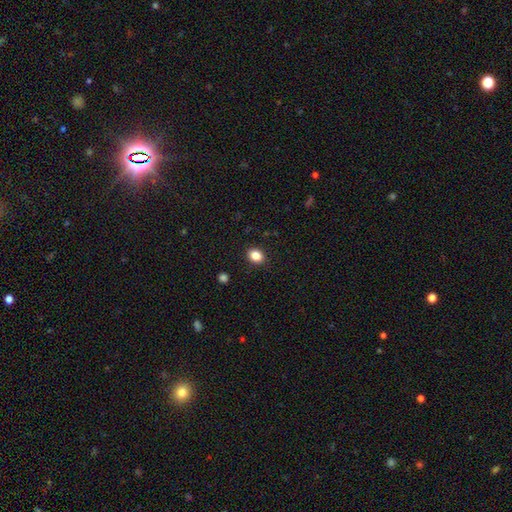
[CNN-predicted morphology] smooth 86%, star or artifact 10%, featured or disk 4%. Down the decision tree: how rounded — in between (62%); merging — none (90%).